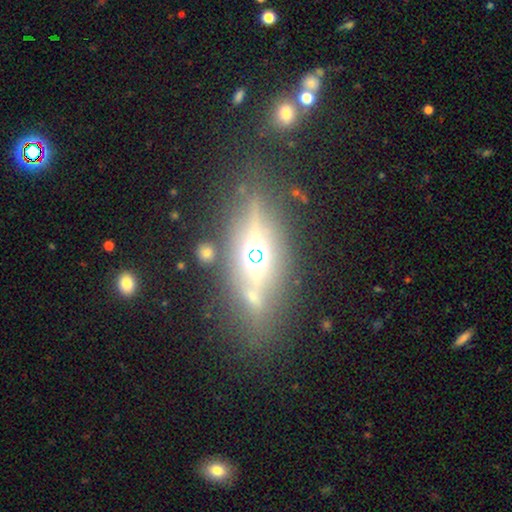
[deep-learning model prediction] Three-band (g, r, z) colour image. It shows a featured or disk galaxy (65%) viewed edge-on (84%) with a rounded central bulge (89%). Merging: none (79%).